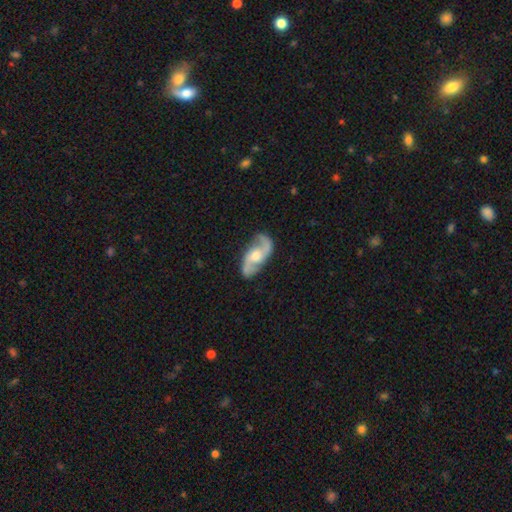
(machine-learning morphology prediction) Overall: featured or disk (86%). Edge-on disk: no (95%). Bar: no (55%; weak 36%). Spiral arms: yes (96%). Spiral arm count: 2 (93%). Spiral winding: loose (45%; medium 43%). Bulge size: moderate (69%). Merging: none (81%).